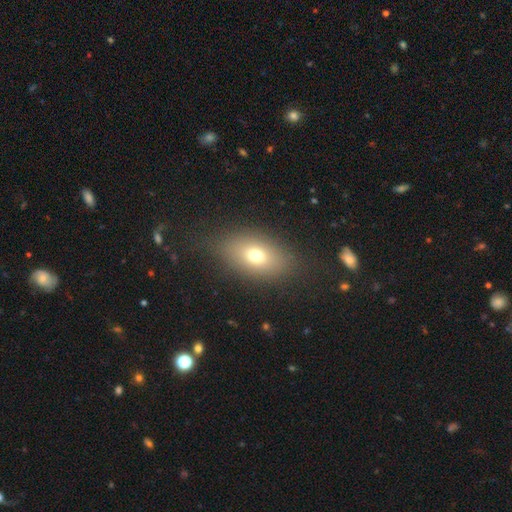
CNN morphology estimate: Q: Smooth or featured?
A: smooth (71%); runner-up: featured or disk (16%)
Q: How rounded?
A: in between (82%); runner-up: round (15%)
Q: Merging?
A: none (78%); runner-up: minor disturbance (13%)